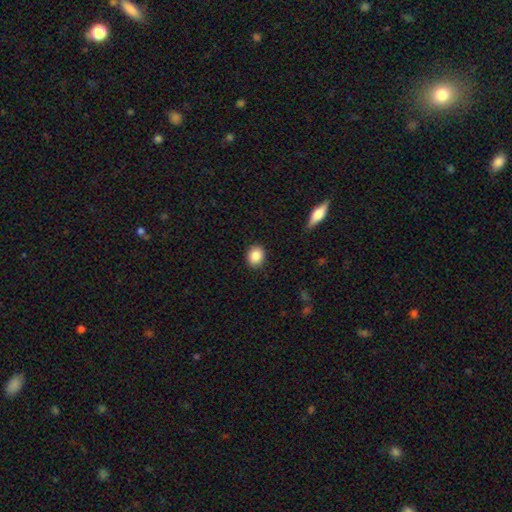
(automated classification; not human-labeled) Smooth or featured: smooth — 87% (star or artifact — 8%)
How rounded: round — 59% (in between — 40%)
Merging: none — 88% (minor disturbance — 9%)